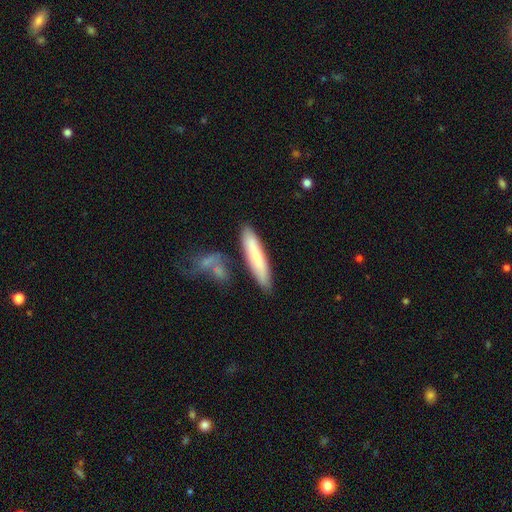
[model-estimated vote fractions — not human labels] Smooth or featured? Predicted: smooth (p=0.72). How rounded? Predicted: cigar-shaped (p=0.85). Merging? Predicted: none (p=0.78).